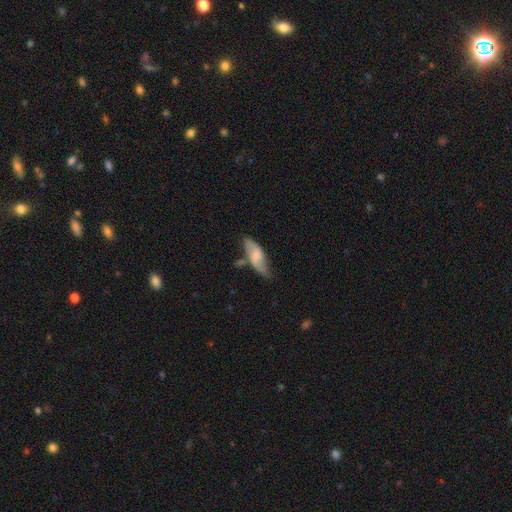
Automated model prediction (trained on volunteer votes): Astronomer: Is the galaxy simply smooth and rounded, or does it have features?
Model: featured or disk — 49% (runner-up: smooth, 44%).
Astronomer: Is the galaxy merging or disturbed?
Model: none — 52% (runner-up: minor disturbance, 28%).